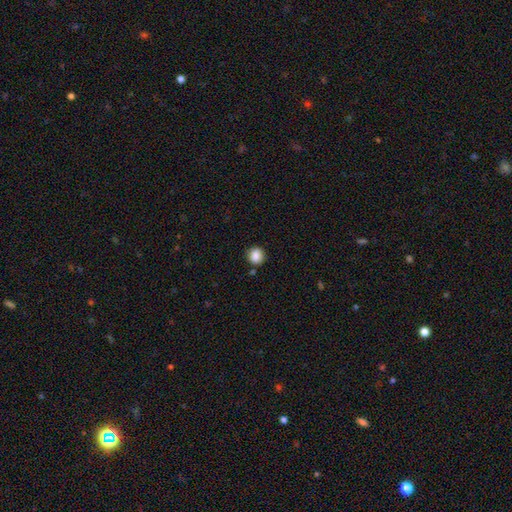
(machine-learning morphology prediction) smooth-or-featured: smooth: 87% | star or artifact: 9% | featured or disk: 4%
  how-rounded: round: 87% | in between: 12% | cigar-shaped: 1%
  merging: none: 85% | minor disturbance: 9% | merger: 3% | major disturbance: 2%